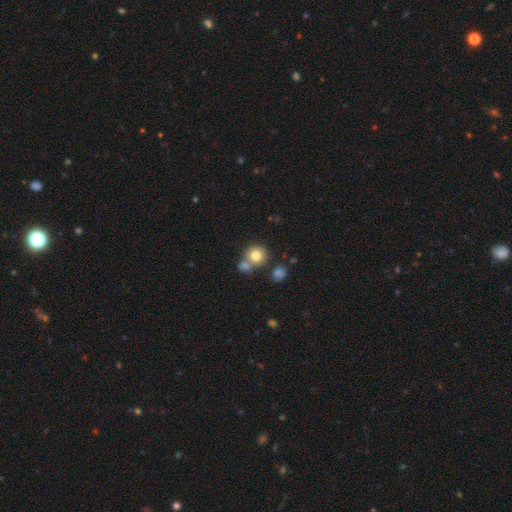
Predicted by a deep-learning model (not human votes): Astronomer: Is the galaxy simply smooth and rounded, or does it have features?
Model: smooth — 79%.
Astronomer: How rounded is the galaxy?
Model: round — 89%.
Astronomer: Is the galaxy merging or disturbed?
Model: none — 58%.